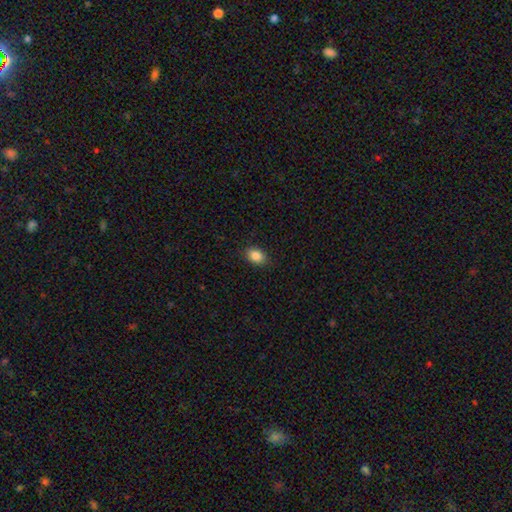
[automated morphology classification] Overall: smooth (87%). How rounded: in between (75%). Merging: none (86%).